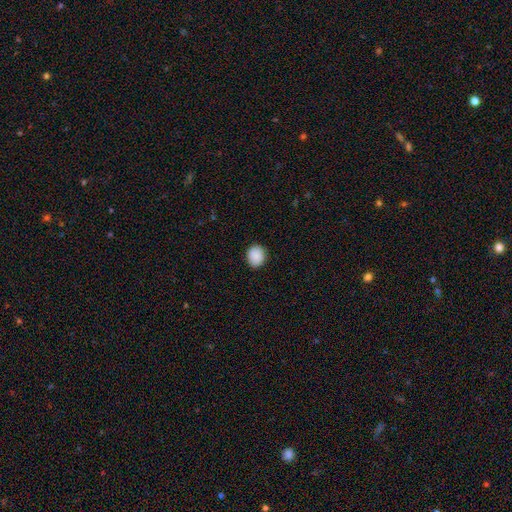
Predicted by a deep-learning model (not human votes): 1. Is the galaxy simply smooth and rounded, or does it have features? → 89% smooth, 7% star or artifact, 3% featured or disk.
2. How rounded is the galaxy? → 65% round, 34% in between, 1% cigar-shaped.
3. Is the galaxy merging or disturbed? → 88% none, 9% minor disturbance, 2% major disturbance, 1% merger.